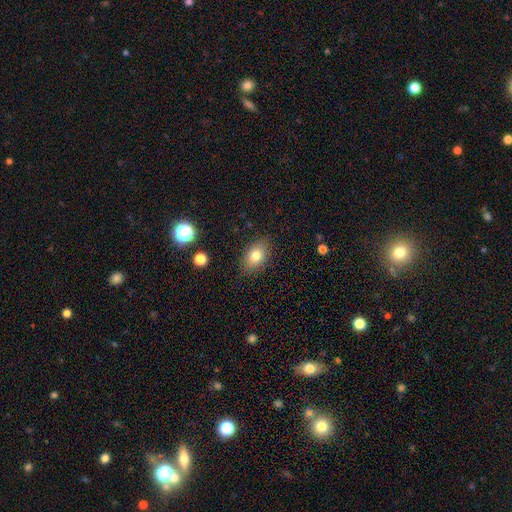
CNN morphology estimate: A smooth galaxy with no disk features (79%) that is in between round and cigar-shaped (84%). Merging: none (85%).